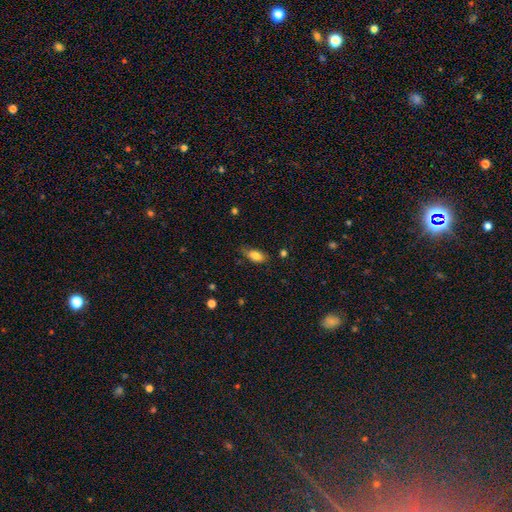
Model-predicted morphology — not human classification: Smooth or featured: smooth — 80% (featured or disk — 11%)
How rounded: in between — 86% (cigar-shaped — 10%)
Merging: none — 67% (minor disturbance — 26%)